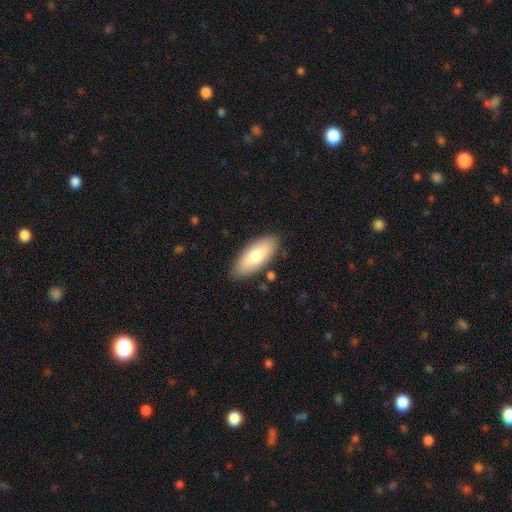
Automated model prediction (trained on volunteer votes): A smooth galaxy with no disk features (75%) that is in between round and cigar-shaped (83%). Merging: none (85%).